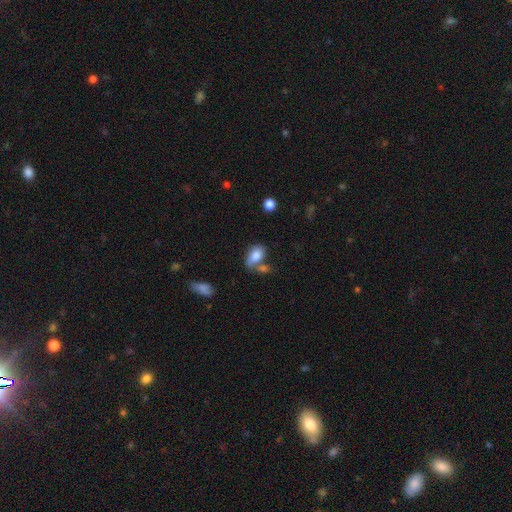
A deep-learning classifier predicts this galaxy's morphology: type=smooth (81%); roundness=in between (89%); merging=none (43%).